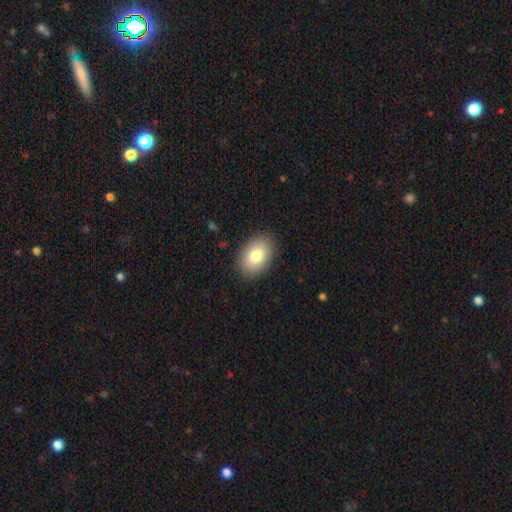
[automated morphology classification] Smooth or featured? smooth (81%)
How rounded? in between (85%)
Merging? none (88%)